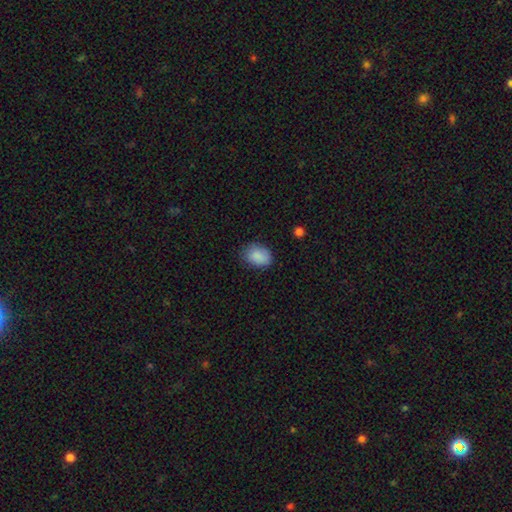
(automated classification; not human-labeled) A smooth galaxy with no disk features (87%) that is in between round and cigar-shaped (67%). Merging: none (76%).